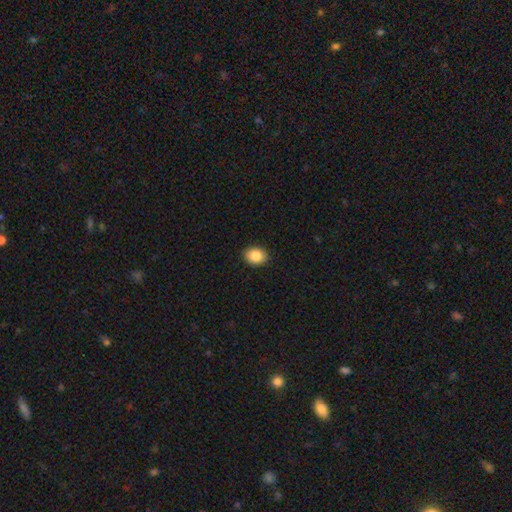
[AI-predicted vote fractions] This appears to be a smooth galaxy with no disk features (86%) that is in between round and cigar-shaped (57%). Merging: none (90%).